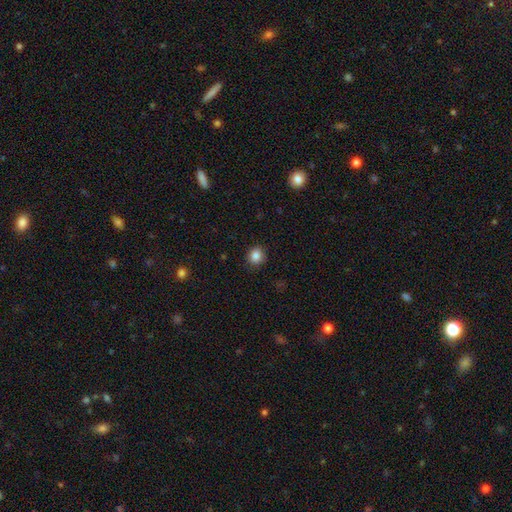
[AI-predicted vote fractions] A smooth galaxy with no disk features (84%) that is round (85%).

Vote fractions:
- Smooth or featured? smooth: 84% / star or artifact: 11% / featured or disk: 5%
- How rounded? round: 85% / in between: 14% / cigar-shaped: 1%
- Merging? none: 90% / minor disturbance: 7% / major disturbance: 2% / merger: 1%